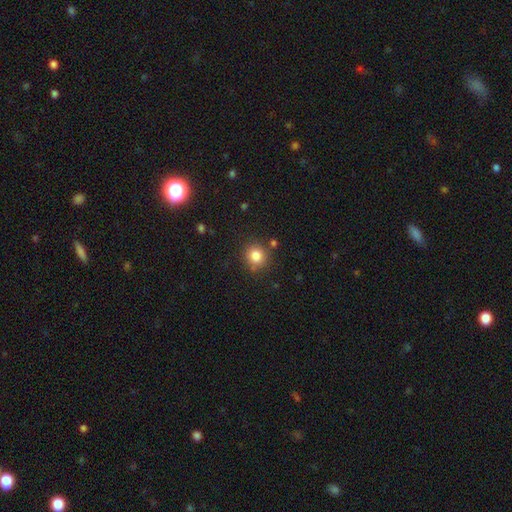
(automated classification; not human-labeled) A smooth galaxy with no disk features (82%) that is round (90%). Merging: none (83%).